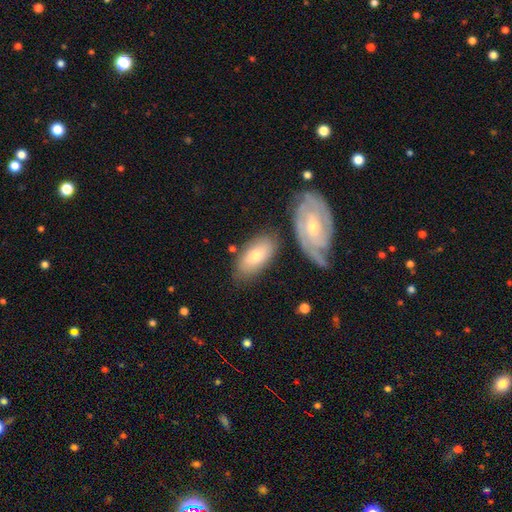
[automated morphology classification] Q: Smooth or featured?
A: smooth (64%); runner-up: featured or disk (30%)
Q: How rounded?
A: in between (89%); runner-up: cigar-shaped (7%)
Q: Merging?
A: none (67%); runner-up: minor disturbance (17%)